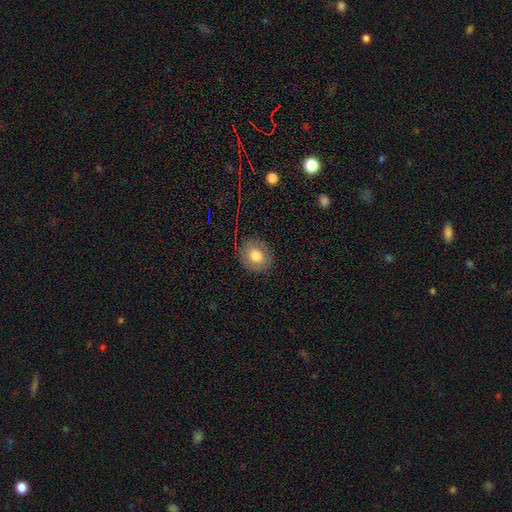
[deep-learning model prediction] smooth 76%, featured or disk 14%, star or artifact 9%. Down the decision tree: how rounded — round (67%); merging — none (87%).